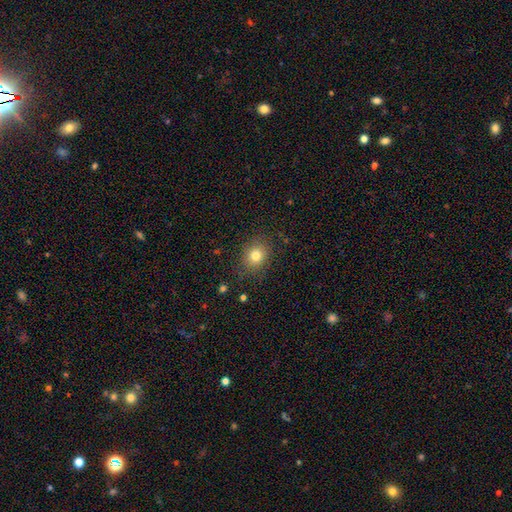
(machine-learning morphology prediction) A smooth galaxy with no disk features (79%) that is round (57%).

Vote fractions:
- Smooth or featured? smooth: 79% / star or artifact: 12% / featured or disk: 8%
- How rounded? round: 57% / in between: 42% / cigar-shaped: 1%
- Merging? none: 85% / minor disturbance: 10% / major disturbance: 3% / merger: 1%